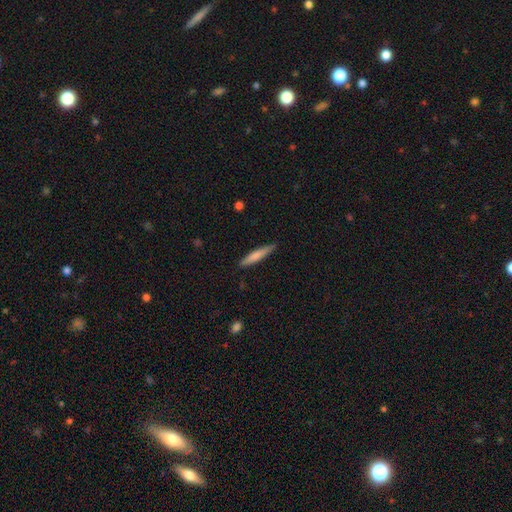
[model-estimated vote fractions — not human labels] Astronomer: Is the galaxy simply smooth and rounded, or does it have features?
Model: smooth — 72%.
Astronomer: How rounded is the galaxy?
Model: cigar-shaped — 92%.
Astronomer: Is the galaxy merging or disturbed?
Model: none — 87%.